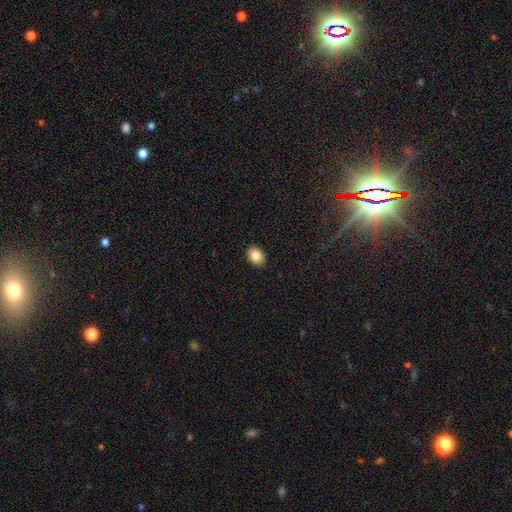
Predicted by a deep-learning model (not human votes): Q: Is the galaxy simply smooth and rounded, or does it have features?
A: smooth — 85%.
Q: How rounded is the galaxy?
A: in between — 66%.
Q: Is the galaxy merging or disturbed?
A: none — 91%.